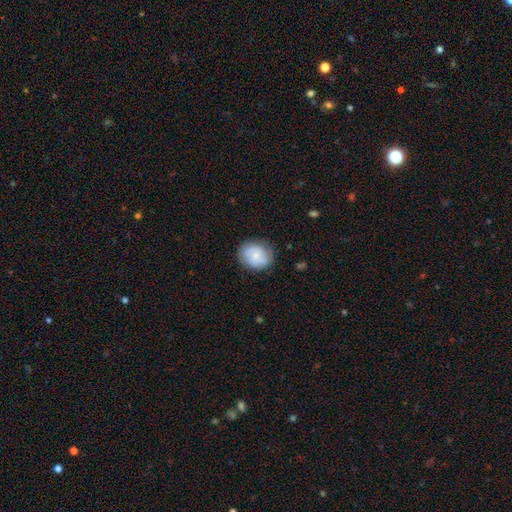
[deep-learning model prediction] Q: Smooth or featured?
A: smooth (56%); runner-up: featured or disk (37%)
Q: How rounded?
A: round (69%); runner-up: in between (30%)
Q: Merging?
A: none (80%); runner-up: minor disturbance (14%)